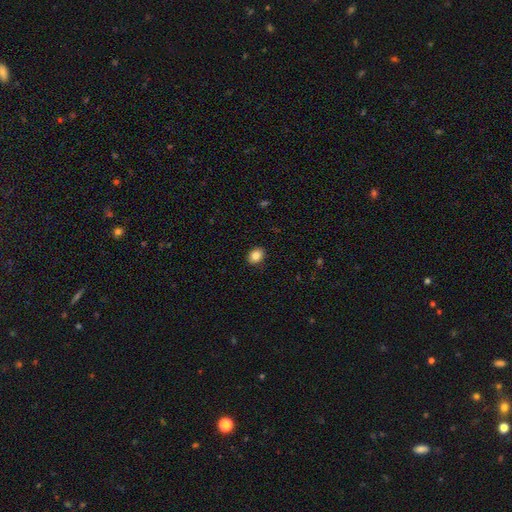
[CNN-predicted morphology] Q: Smooth or featured?
A: smooth (84%); runner-up: star or artifact (9%)
Q: How rounded?
A: in between (57%); runner-up: round (42%)
Q: Merging?
A: none (90%); runner-up: minor disturbance (8%)